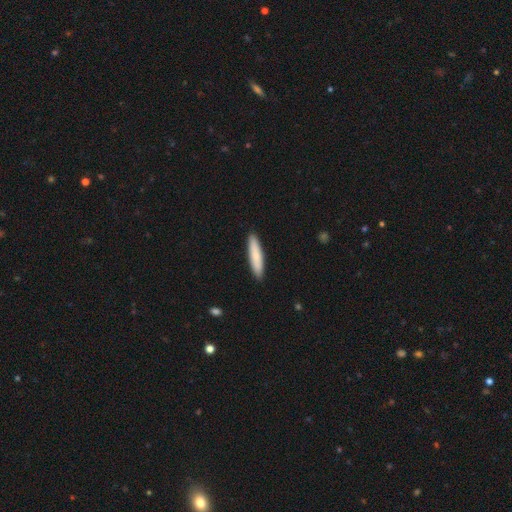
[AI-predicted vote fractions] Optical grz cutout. It shows a smooth galaxy with no disk features (80%) that is cigar-shaped (87%). Merging: none (91%).